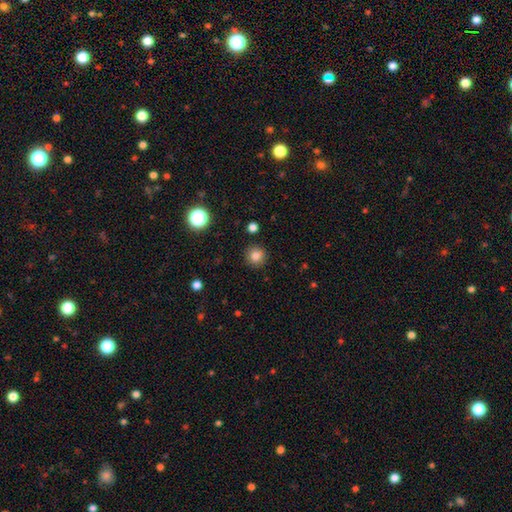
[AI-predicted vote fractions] A smooth galaxy with no disk features (82%) that is round (94%).

Vote fractions:
- Smooth or featured? smooth: 82% / star or artifact: 12% / featured or disk: 6%
- How rounded? round: 94% / in between: 5% / cigar-shaped: 1%
- Merging? none: 91% / minor disturbance: 6% / major disturbance: 2% / merger: 2%